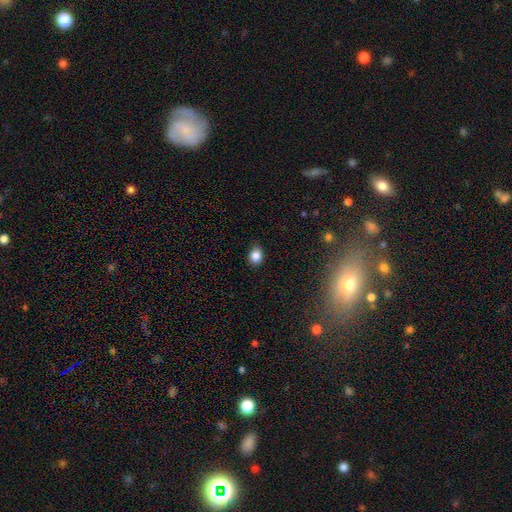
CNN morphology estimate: Q: Smooth or featured?
A: smooth (84%); runner-up: star or artifact (10%)
Q: How rounded?
A: round (54%); runner-up: in between (45%)
Q: Merging?
A: none (85%); runner-up: minor disturbance (11%)